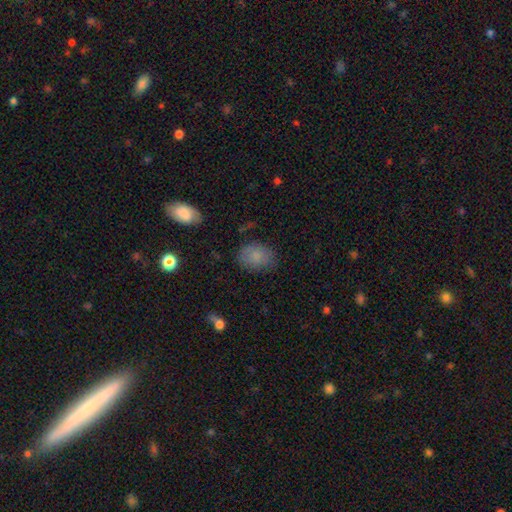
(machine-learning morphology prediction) This is clearly a smooth galaxy (80%). How rounded: likely in between (70%). Merging: likely none (74%).